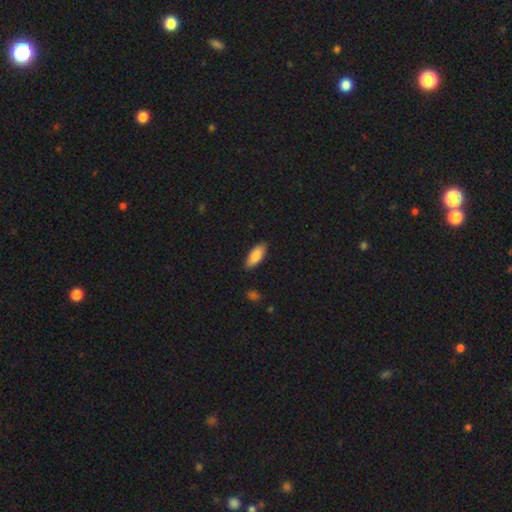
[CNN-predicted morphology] A smooth galaxy with no disk features (87%) that is in between round and cigar-shaped (81%).

Vote fractions:
- Smooth or featured? smooth: 87% / featured or disk: 7% / star or artifact: 6%
- How rounded? in between: 81% / cigar-shaped: 17% / round: 2%
- Merging? none: 84% / minor disturbance: 13% / major disturbance: 2% / merger: 1%